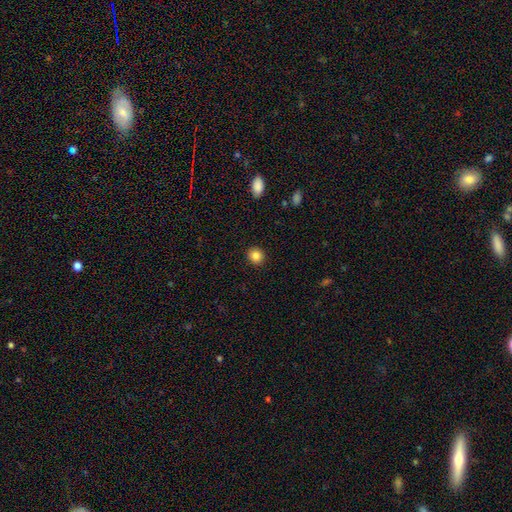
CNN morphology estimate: smooth 85%, star or artifact 10%, featured or disk 5%. Down the decision tree: how rounded — round (89%); merging — none (92%).